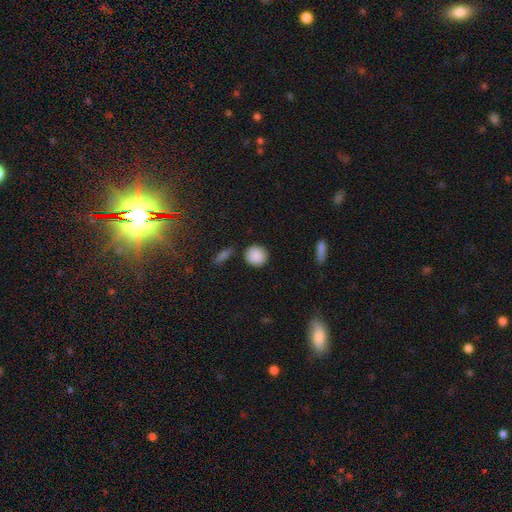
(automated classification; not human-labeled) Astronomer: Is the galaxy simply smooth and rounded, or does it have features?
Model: smooth — 89%.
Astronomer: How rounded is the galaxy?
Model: round — 89%.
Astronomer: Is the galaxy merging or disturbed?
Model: none — 84%.